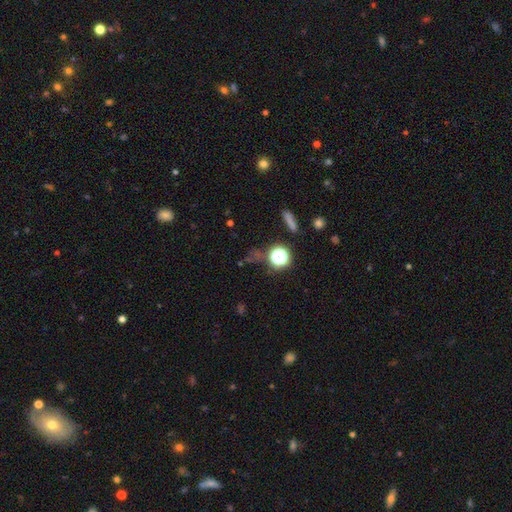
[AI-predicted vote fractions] Smooth or featured?
  - star or artifact: 56% *
  - smooth: 31%
  - featured or disk: 13%